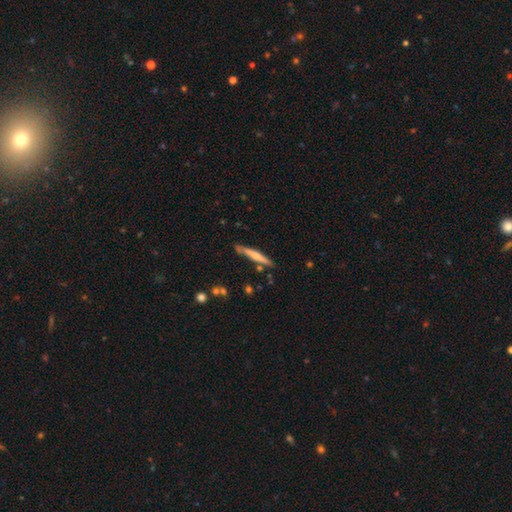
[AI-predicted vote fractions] Smooth or featured? smooth (51%)
How rounded? cigar-shaped (94%)
Merging? none (80%)